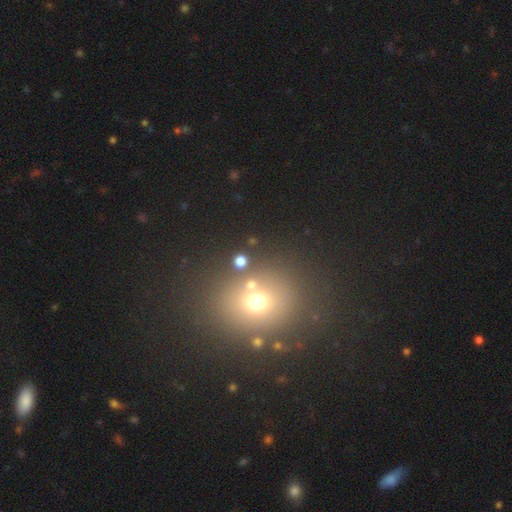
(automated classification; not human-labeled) Morphology: type=smooth (56%); roundness=round (63%); merging=none (76%).